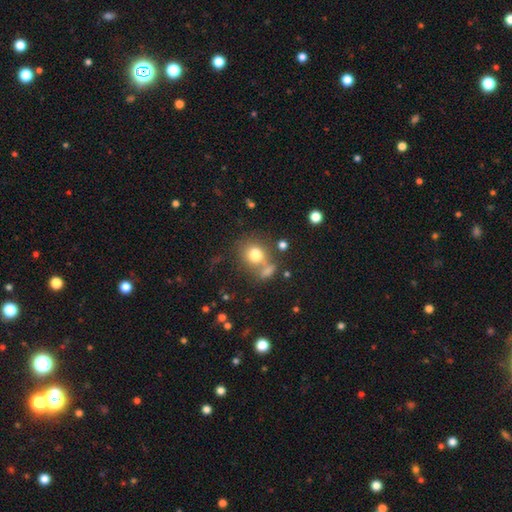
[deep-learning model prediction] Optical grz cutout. It shows a smooth galaxy with no disk features (74%) that is round (64%). Merging: none (46%).